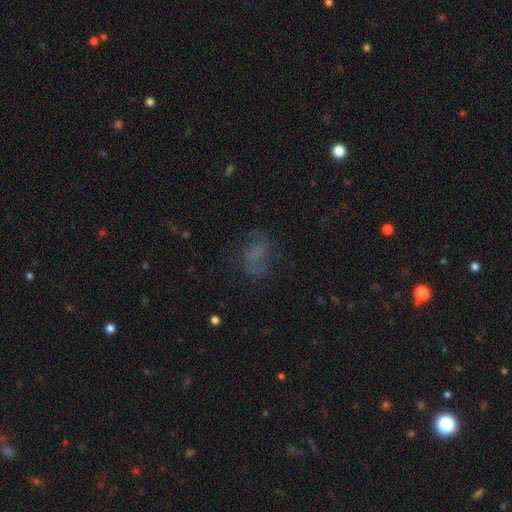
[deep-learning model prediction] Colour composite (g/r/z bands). It shows a featured or disk galaxy (46%). Merging: none (60%).